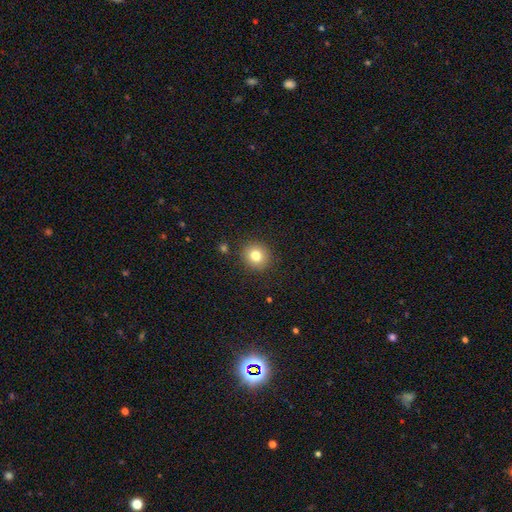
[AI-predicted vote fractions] This is clearly a smooth galaxy (80%). How rounded: clearly round (89%). Merging: clearly none (89%).